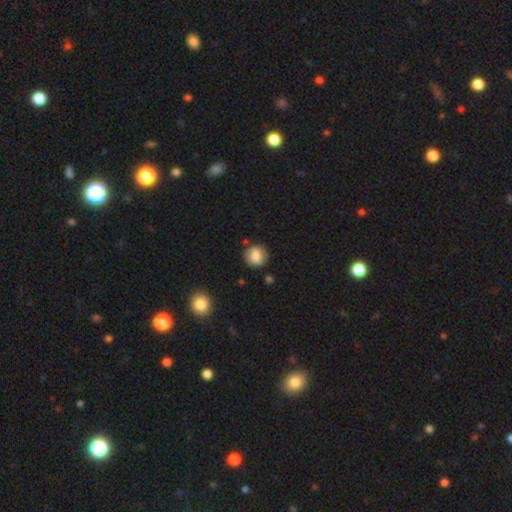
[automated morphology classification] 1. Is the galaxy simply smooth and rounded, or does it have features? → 81% smooth, 11% featured or disk, 9% star or artifact.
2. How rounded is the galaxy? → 86% round, 13% in between, 1% cigar-shaped.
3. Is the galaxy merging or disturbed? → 82% none, 12% minor disturbance, 3% merger, 3% major disturbance.